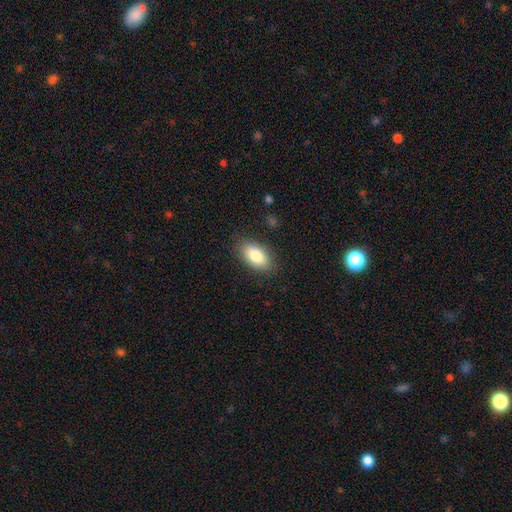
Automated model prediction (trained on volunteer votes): Smooth or featured? Predicted: smooth (p=0.85). How rounded? Predicted: in between (p=0.92). Merging? Predicted: none (p=0.84).